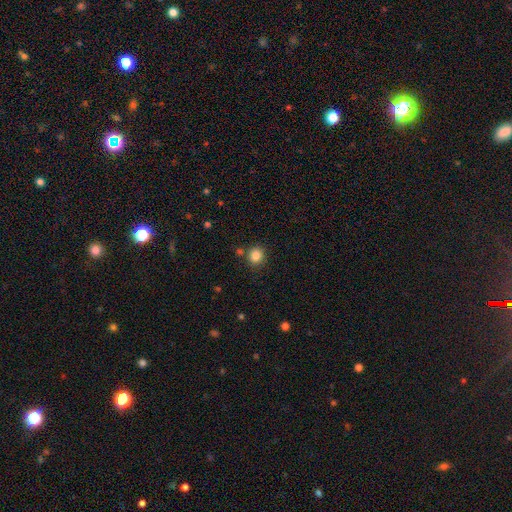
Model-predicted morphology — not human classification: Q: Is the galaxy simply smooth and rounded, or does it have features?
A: smooth — 85%.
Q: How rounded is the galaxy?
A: round — 83%.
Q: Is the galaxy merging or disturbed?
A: none — 82%.